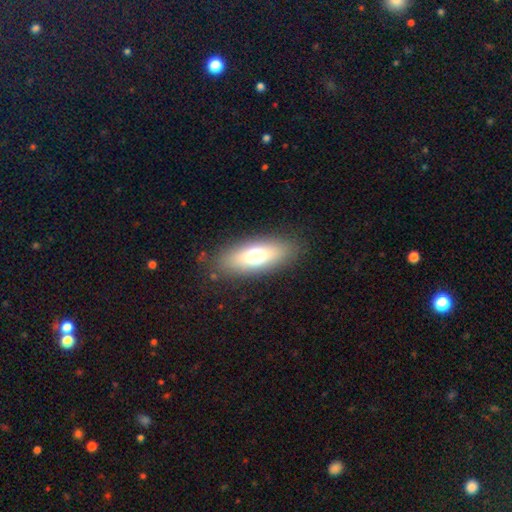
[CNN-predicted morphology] This appears to be a smooth galaxy with no disk features (68%) that is in between round and cigar-shaped (74%). Merging: none (86%).